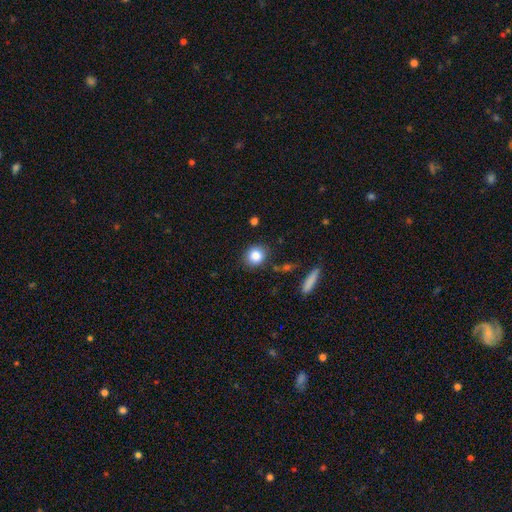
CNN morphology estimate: type=smooth (84%); roundness=round (80%); merging=none (85%).